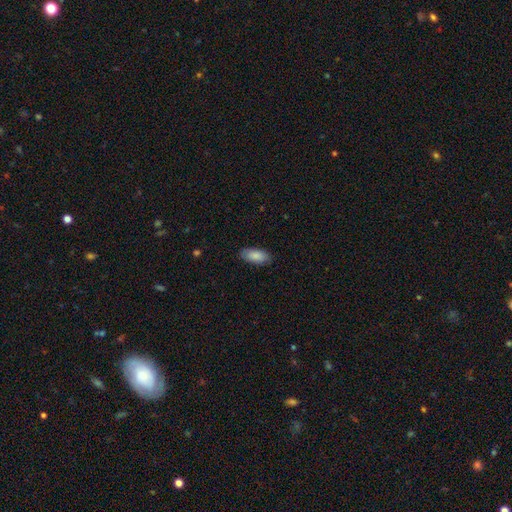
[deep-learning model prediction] This is clearly a smooth galaxy (87%). How rounded: clearly in between (88%). Merging: clearly none (87%).